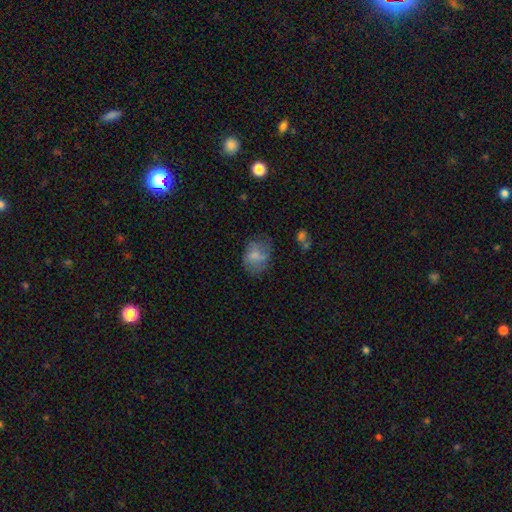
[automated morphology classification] A smooth galaxy with no disk features (66%) that is in between round and cigar-shaped (67%).

Vote fractions:
- Smooth or featured? smooth: 66% / featured or disk: 25% / star or artifact: 9%
- How rounded? in between: 67% / round: 32% / cigar-shaped: 1%
- Merging? none: 52% / minor disturbance: 27% / major disturbance: 17% / merger: 3%